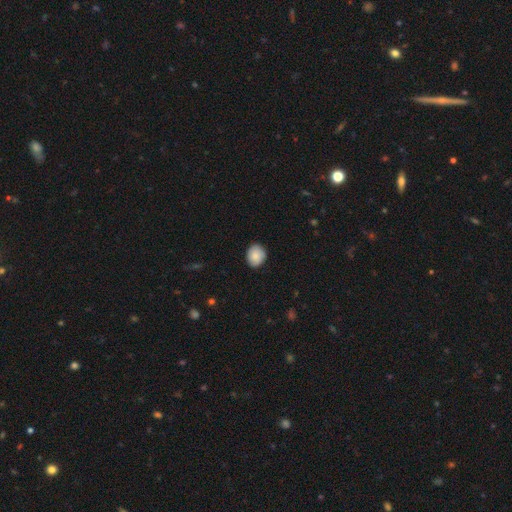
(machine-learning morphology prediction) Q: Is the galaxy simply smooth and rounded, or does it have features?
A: smooth — 84%.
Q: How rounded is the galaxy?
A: round — 62%.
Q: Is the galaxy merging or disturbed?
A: none — 84%.